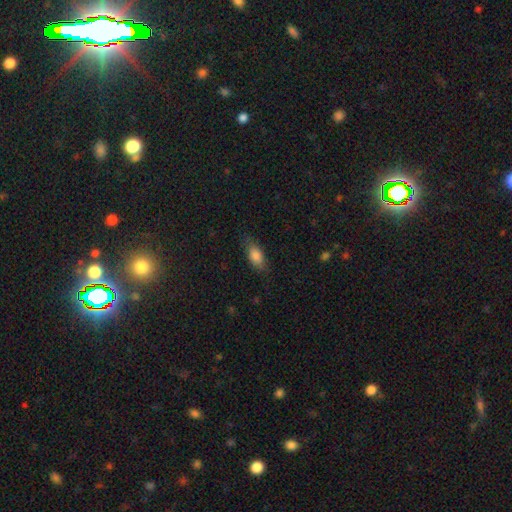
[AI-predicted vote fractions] A smooth galaxy with no disk features (82%) that is in between round and cigar-shaped (85%). Merging: none (75%).